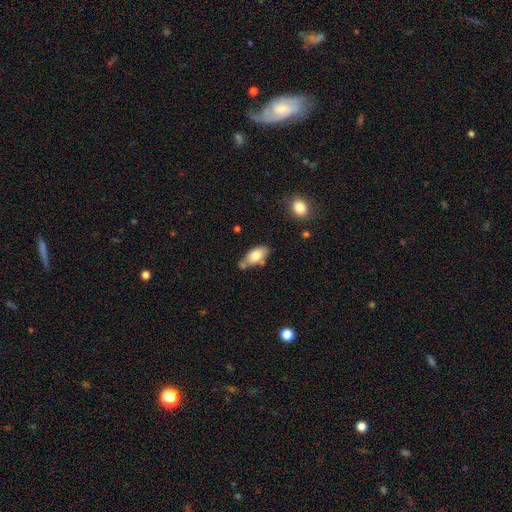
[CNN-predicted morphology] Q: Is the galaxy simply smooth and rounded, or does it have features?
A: smooth — 76%.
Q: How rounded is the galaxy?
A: in between — 91%.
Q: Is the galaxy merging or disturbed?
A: none — 60%.